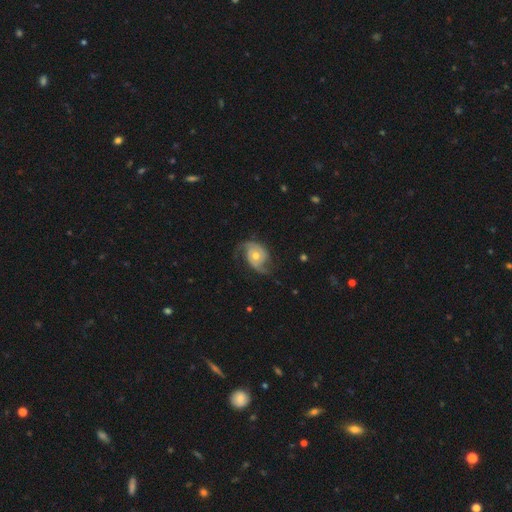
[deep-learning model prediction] Overall: featured or disk (82%). Edge-on disk: no (97%). Bar: no (74%). Spiral arms: yes (94%). Spiral arm count: 2 (86%). Spiral winding: medium (40%; loose 36%). Bulge size: moderate (67%; small 27%). Merging: none (63%).